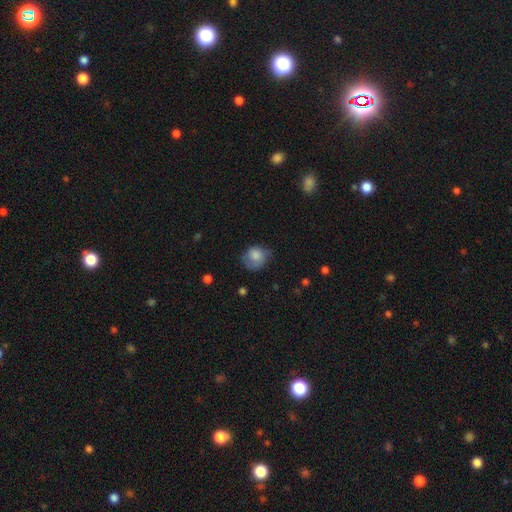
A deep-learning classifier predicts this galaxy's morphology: Overall: smooth (73%). How rounded: round (72%). Merging: none (52%; minor disturbance 33%).